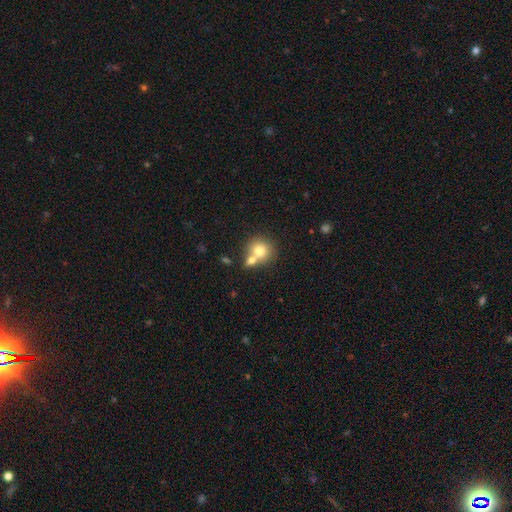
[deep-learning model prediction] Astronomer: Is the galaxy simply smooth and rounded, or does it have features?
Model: smooth — 73%.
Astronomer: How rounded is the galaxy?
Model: round — 84%.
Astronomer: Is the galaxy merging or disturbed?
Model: merger — 46% (runner-up: none, 43%).